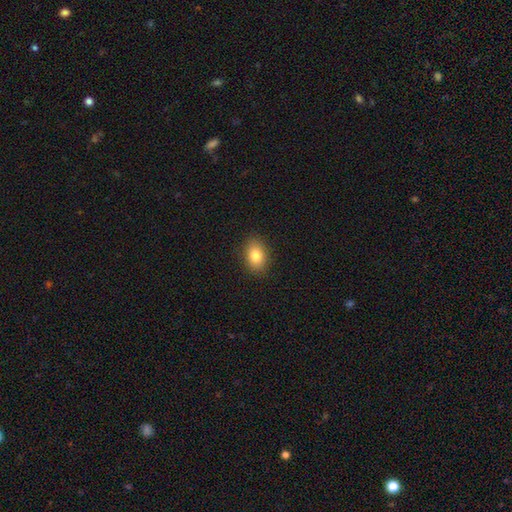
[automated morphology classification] A smooth galaxy with no disk features (82%) that is in between round and cigar-shaped (78%). Merging: none (89%).